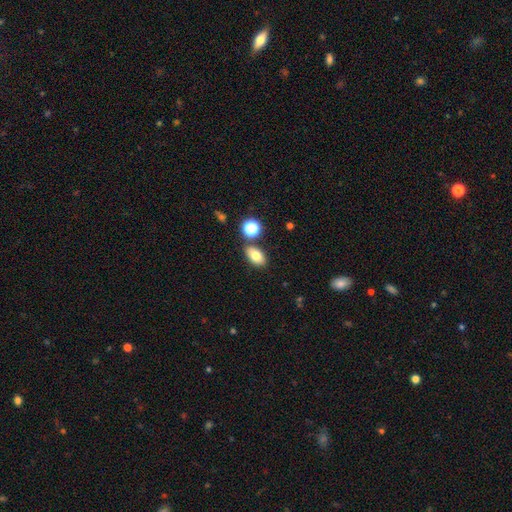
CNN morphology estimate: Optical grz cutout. It shows a smooth galaxy with no disk features (78%) that is in between round and cigar-shaped (87%). Merging: none (79%).